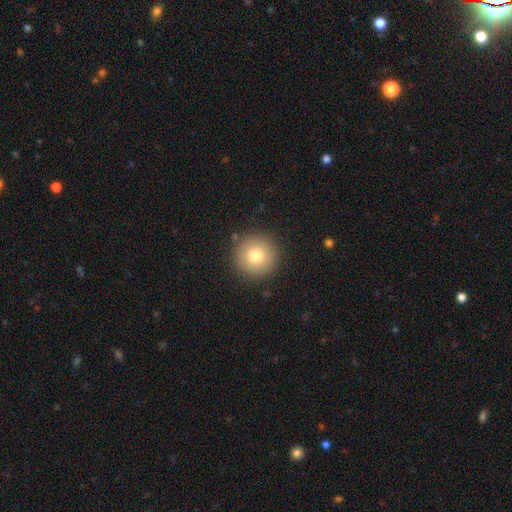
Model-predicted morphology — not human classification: A smooth galaxy with no disk features (78%) that is round (96%). Merging: none (90%).